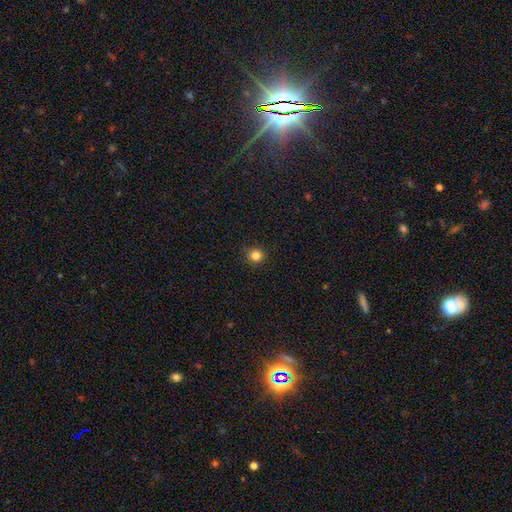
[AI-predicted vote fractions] smooth 83%, star or artifact 13%, featured or disk 4%. Down the decision tree: how rounded — round (93%); merging — none (91%).